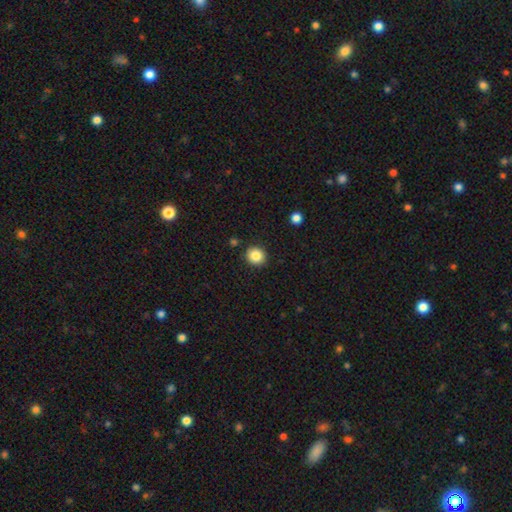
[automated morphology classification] type=smooth (86%); roundness=round (87%); merging=none (90%).